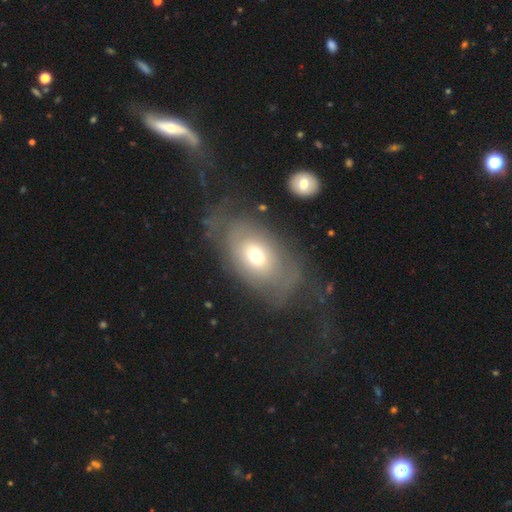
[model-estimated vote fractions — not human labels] smooth_or_featured: smooth (p=0.50) [alt: featured or disk p=0.41]
merging: none (p=0.50) [alt: major disturbance p=0.26]